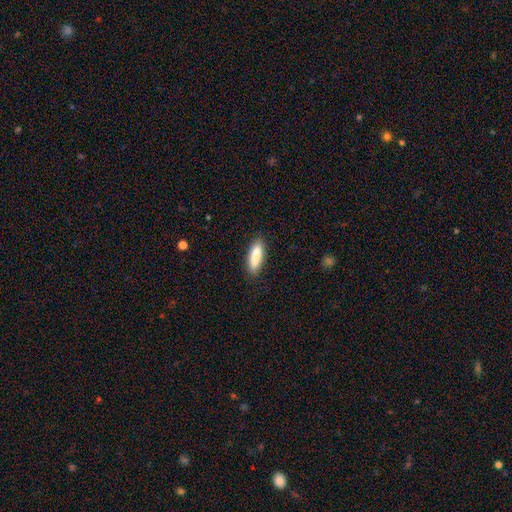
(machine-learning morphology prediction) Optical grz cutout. It shows a smooth galaxy with no disk features (87%) that is in between round and cigar-shaped (50%). Merging: none (86%).